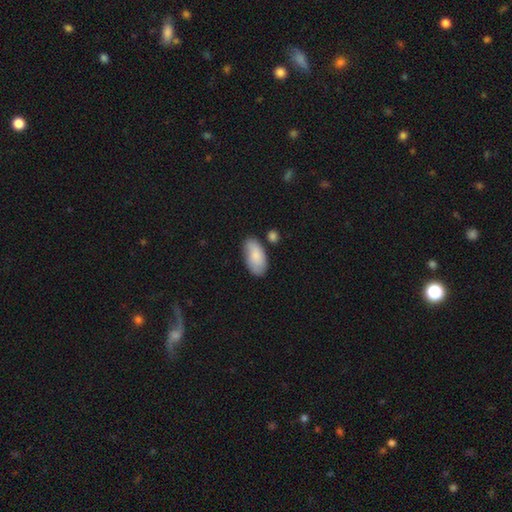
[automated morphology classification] A smooth galaxy with no disk features (83%) that is in between round and cigar-shaped (93%). Merging: none (68%).